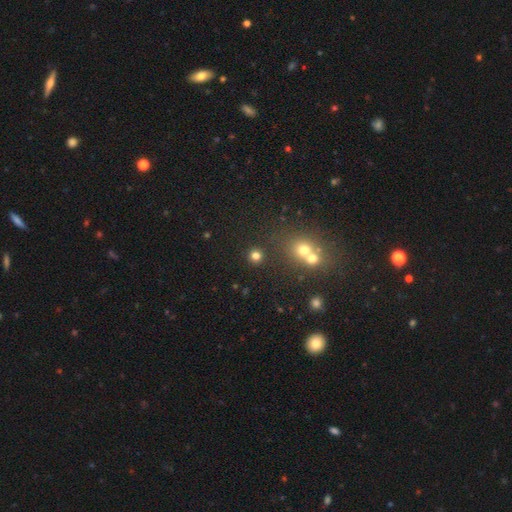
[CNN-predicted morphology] This is likely a smooth galaxy (75%). How rounded: clearly round (93%). Merging: clearly none (82%).